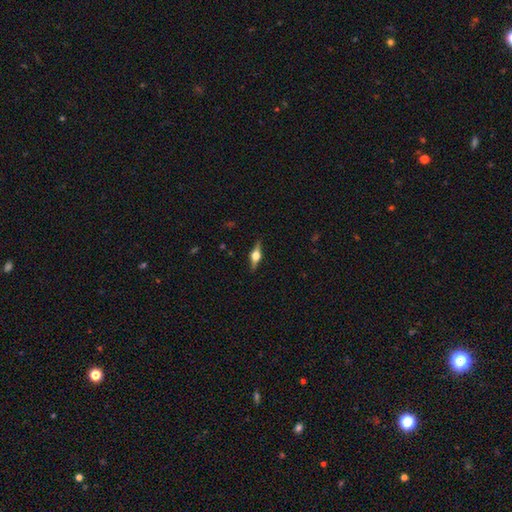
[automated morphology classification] Overall: featured or disk (74%). Edge-on disk: yes (97%). Edge-on bulge: rounded (95%). Merging: none (89%).